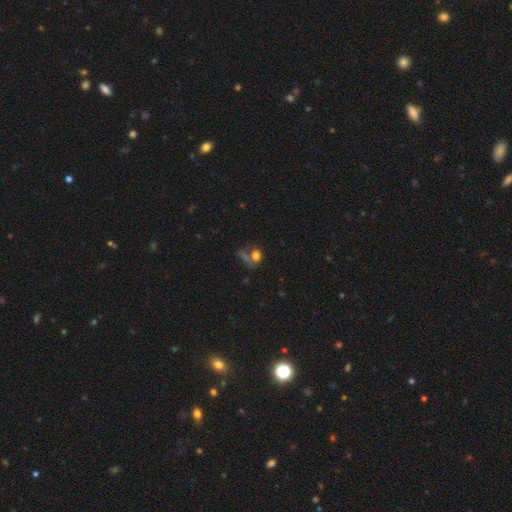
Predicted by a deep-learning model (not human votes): Overall: smooth (68%). How rounded: round (60%; in between 38%). Merging: none (39%; merger 30%).